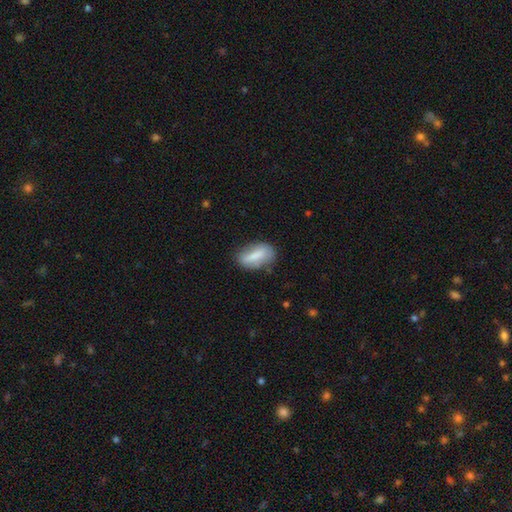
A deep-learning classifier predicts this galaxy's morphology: Q: Smooth or featured?
A: smooth (71%); runner-up: featured or disk (21%)
Q: How rounded?
A: in between (85%); runner-up: cigar-shaped (10%)
Q: Merging?
A: none (70%); runner-up: minor disturbance (21%)